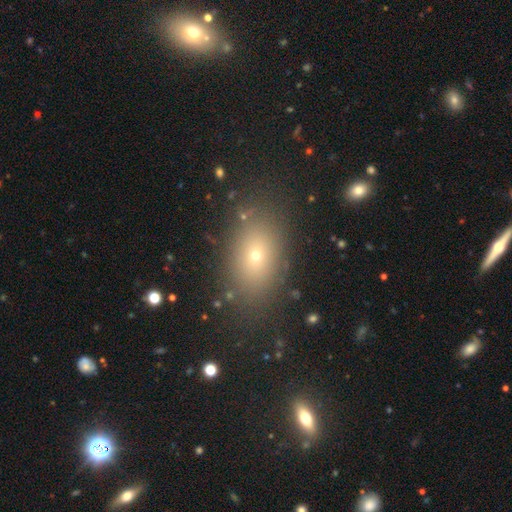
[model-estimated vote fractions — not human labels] This appears to be a smooth galaxy with no disk features (64%) that is in between round and cigar-shaped (75%). Merging: none (84%).